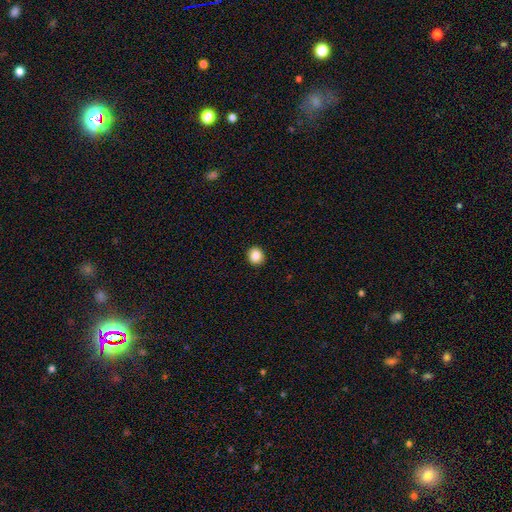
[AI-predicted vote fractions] smooth_or_featured: smooth (p=0.86) [alt: star or artifact p=0.09]
how_rounded: round (p=0.76) [alt: in between p=0.23]
merging: none (p=0.92) [alt: minor disturbance p=0.06]